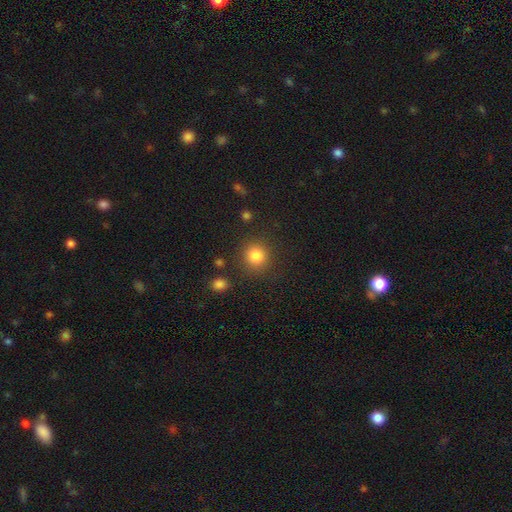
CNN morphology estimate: smooth-or-featured: smooth: 84% | star or artifact: 11% | featured or disk: 5%
  how-rounded: round: 90% | in between: 9% | cigar-shaped: 1%
  merging: none: 85% | minor disturbance: 8% | major disturbance: 4% | merger: 3%